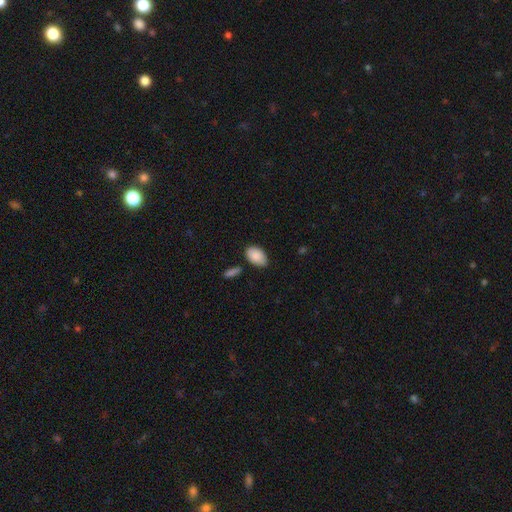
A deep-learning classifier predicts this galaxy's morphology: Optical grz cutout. It shows a smooth galaxy with no disk features (88%) that is in between round and cigar-shaped (91%). Merging: none (75%).